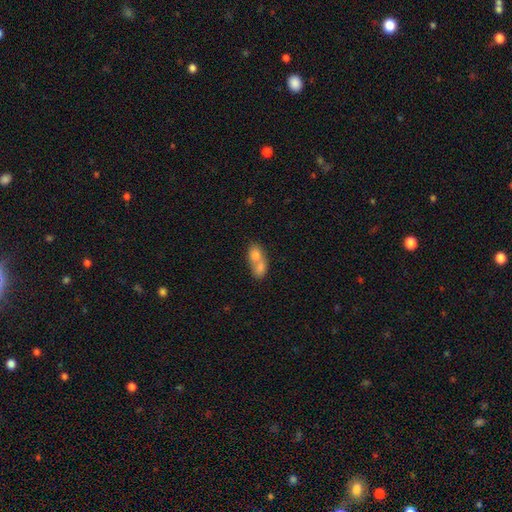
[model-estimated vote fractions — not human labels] smooth 71%, featured or disk 20%, star or artifact 9%. Down the decision tree: how rounded — in between (64%); merging — merger (77%).